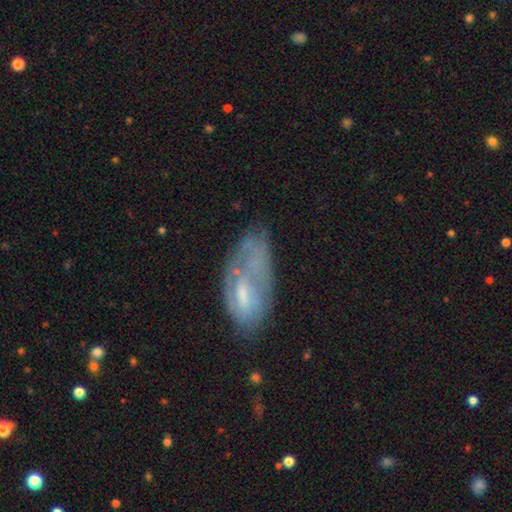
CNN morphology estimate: featured or disk 53%, smooth 39%, star or artifact 9%. Down the decision tree: edge-on disk — no (90%); merging — none (42%).